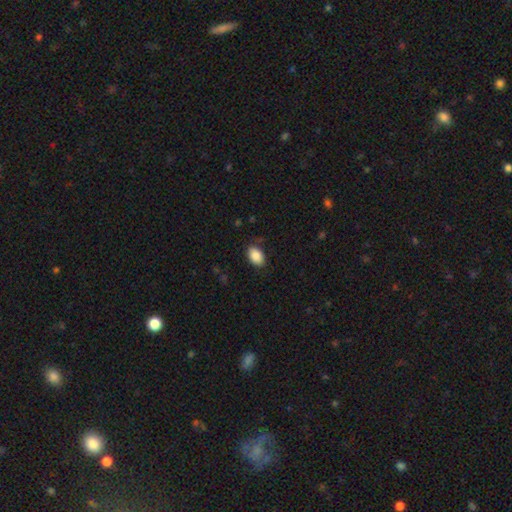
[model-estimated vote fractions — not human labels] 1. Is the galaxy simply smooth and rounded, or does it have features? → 89% smooth, 7% star or artifact, 4% featured or disk.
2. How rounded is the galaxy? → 90% in between, 9% round, 1% cigar-shaped.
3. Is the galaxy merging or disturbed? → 83% none, 13% minor disturbance, 3% major disturbance, 1% merger.